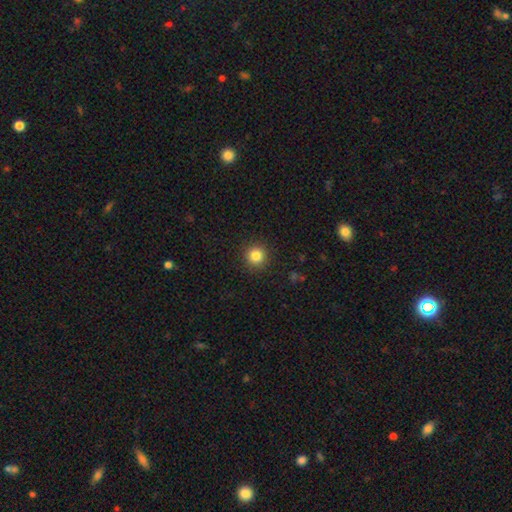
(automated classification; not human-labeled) A smooth galaxy with no disk features (84%) that is round (95%). Merging: none (91%).